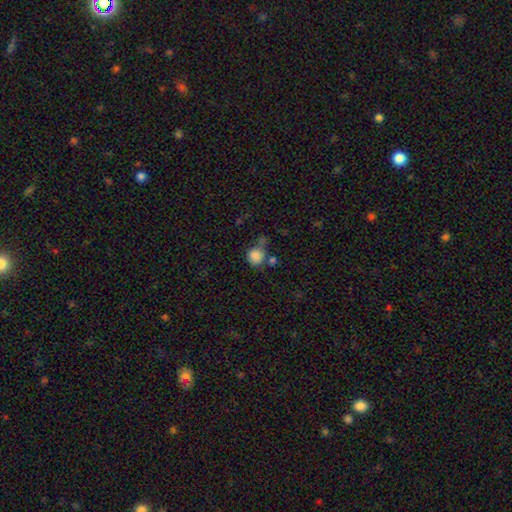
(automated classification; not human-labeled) Smooth or featured: smooth — 85% (star or artifact — 10%)
How rounded: round — 86% (in between — 13%)
Merging: none — 52% (merger — 21%)